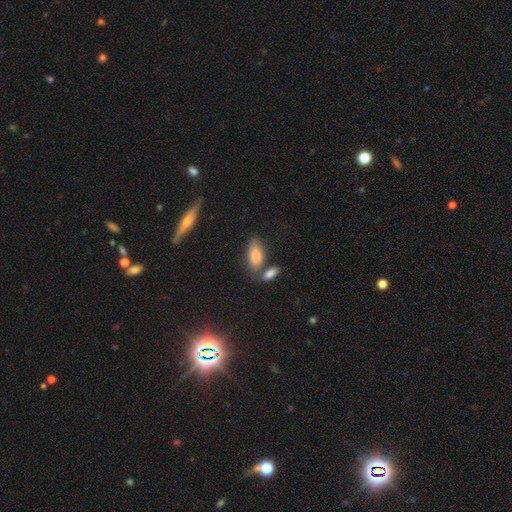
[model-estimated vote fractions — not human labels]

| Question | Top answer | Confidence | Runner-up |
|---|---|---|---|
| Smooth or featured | smooth | 74% | featured or disk (16%) |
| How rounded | in between | 80% | cigar-shaped (16%) |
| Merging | none | 61% | merger (20%) |